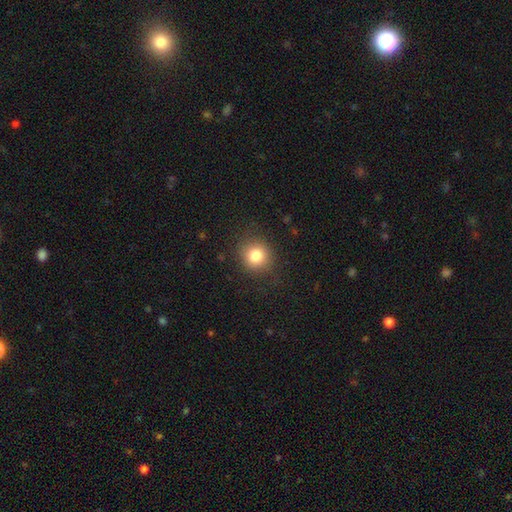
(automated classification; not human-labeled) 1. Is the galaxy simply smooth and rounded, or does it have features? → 81% smooth, 11% star or artifact, 7% featured or disk.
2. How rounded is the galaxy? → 88% round, 11% in between, 1% cigar-shaped.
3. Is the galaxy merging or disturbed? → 86% none, 9% minor disturbance, 4% major disturbance, 1% merger.